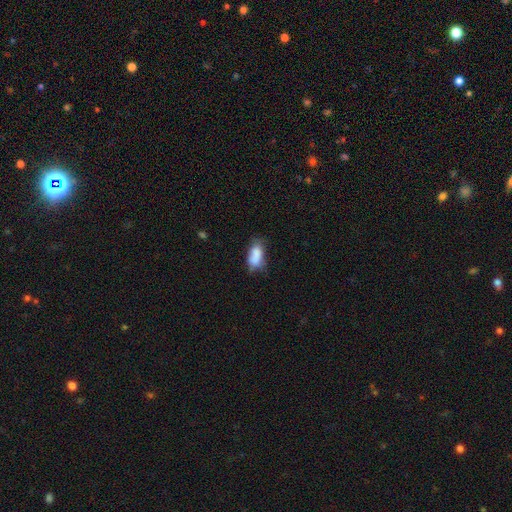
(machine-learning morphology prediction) A smooth galaxy with no disk features (80%) that is in between round and cigar-shaped (90%). Merging: none (46%).